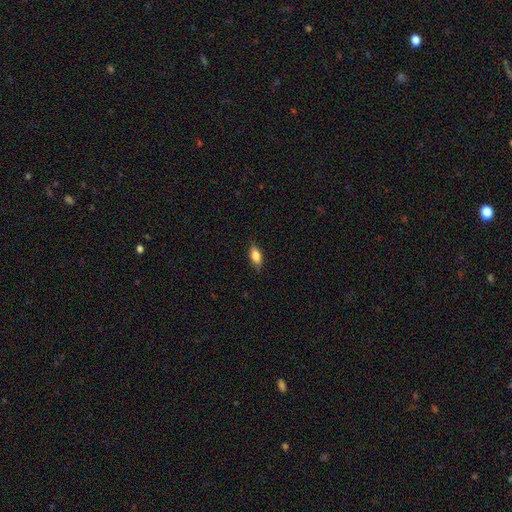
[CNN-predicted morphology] This appears to be a smooth galaxy with no disk features (82%) that is in between round and cigar-shaped (84%). Merging: none (83%).